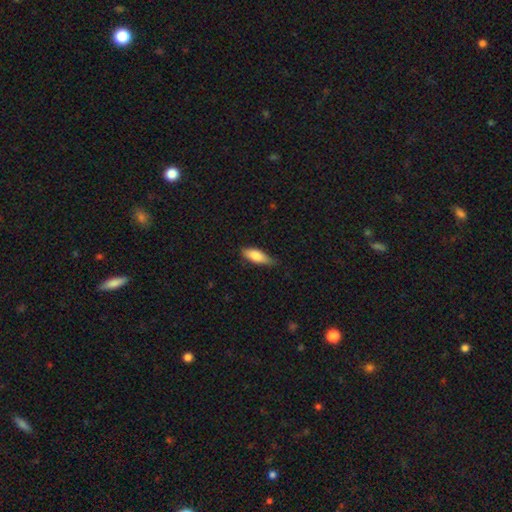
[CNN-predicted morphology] smooth 82%, featured or disk 12%, star or artifact 6%. Down the decision tree: how rounded — in between (66%); merging — none (66%).